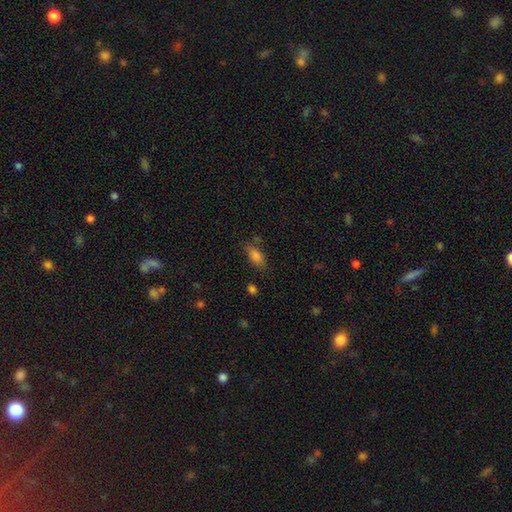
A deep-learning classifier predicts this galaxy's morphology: Smooth or featured?
  - smooth: 79% *
  - star or artifact: 11%
  - featured or disk: 10%
How rounded?
  - in between: 81% *
  - cigar-shaped: 15%
  - round: 5%
Merging?
  - none: 69% *
  - minor disturbance: 20%
  - major disturbance: 6%
  - merger: 4%